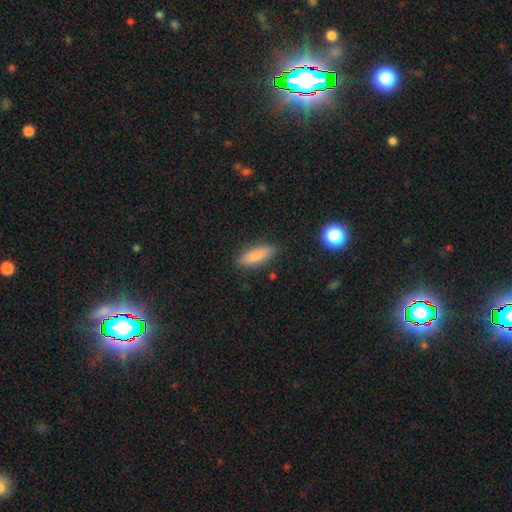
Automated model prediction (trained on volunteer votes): Smooth or featured: smooth — 83% (featured or disk — 10%)
How rounded: in between — 53% (cigar-shaped — 45%)
Merging: none — 86% (minor disturbance — 10%)